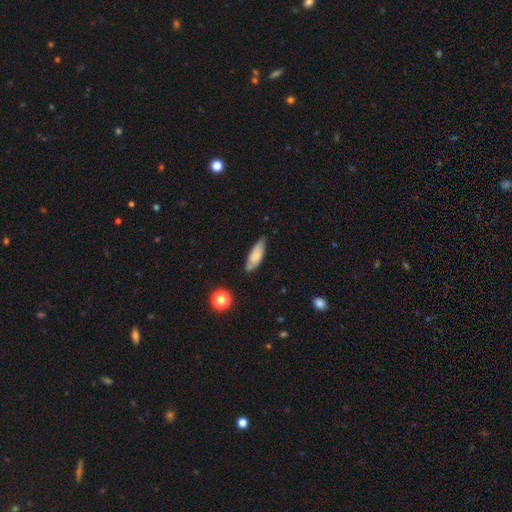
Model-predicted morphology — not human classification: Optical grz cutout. It shows a smooth galaxy with no disk features (67%) that is in between round and cigar-shaped (67%). Merging: none (68%).